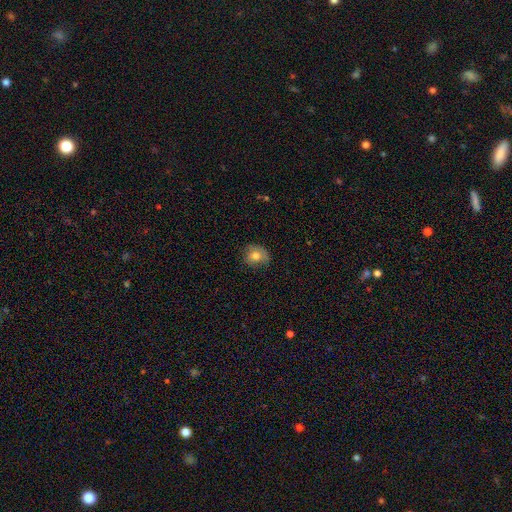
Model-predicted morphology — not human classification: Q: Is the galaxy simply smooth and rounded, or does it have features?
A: smooth — 73%.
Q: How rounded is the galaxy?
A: round — 70%.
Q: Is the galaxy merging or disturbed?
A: none — 67%.